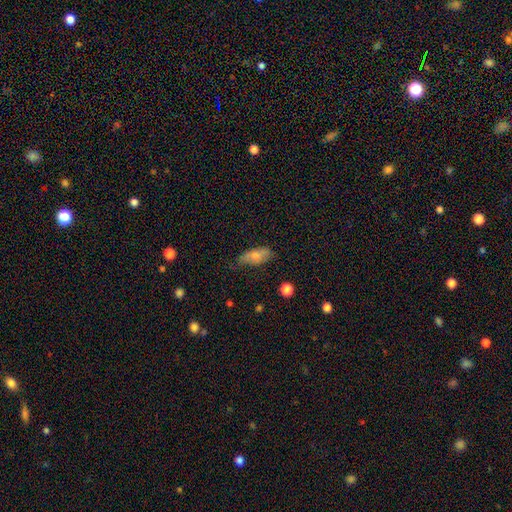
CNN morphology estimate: Smooth or featured? Predicted: smooth (p=0.75). How rounded? Predicted: in between (p=0.81). Merging? Predicted: none (p=0.59).